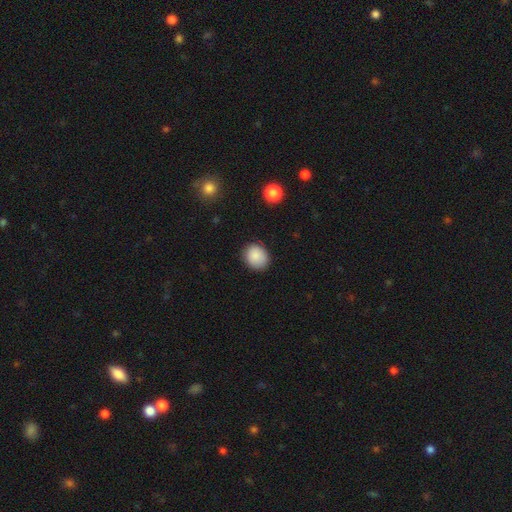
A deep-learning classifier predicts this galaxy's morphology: smooth 88%, star or artifact 8%, featured or disk 5%. Down the decision tree: how rounded — round (65%); merging — none (85%).